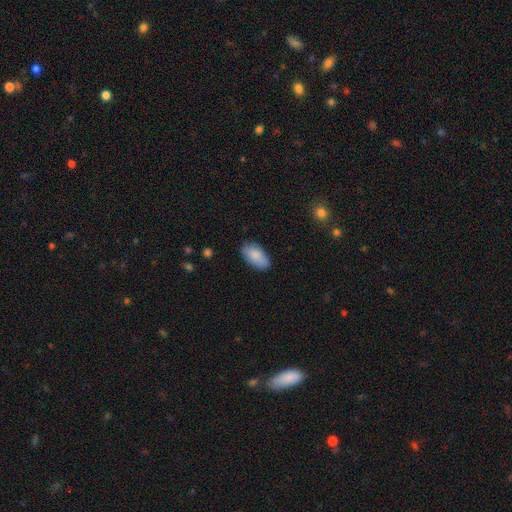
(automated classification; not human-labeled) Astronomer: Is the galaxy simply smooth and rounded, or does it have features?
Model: smooth — 86%.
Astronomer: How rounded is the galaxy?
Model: in between — 94%.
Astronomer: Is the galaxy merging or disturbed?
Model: none — 80%.